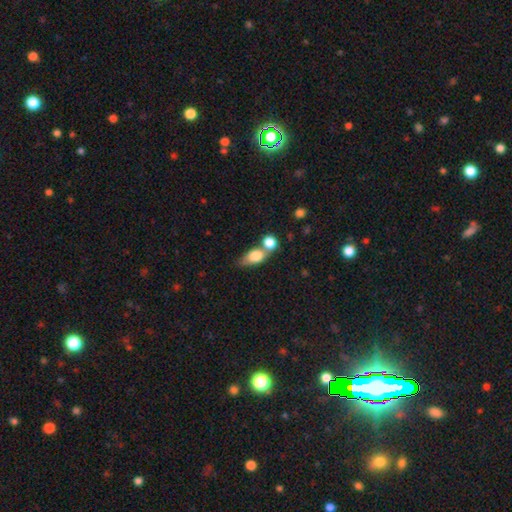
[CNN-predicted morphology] A smooth galaxy with no disk features (77%) that is in between round and cigar-shaped (73%). Merging: merger (50%).